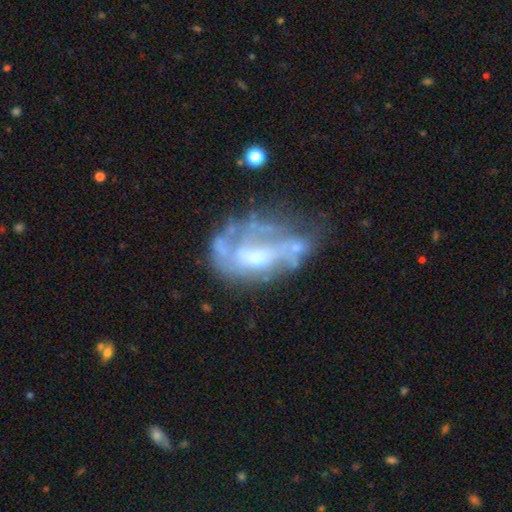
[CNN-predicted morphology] Smooth or featured?
  - featured or disk: 72% *
  - smooth: 18%
  - star or artifact: 10%
Edge-on disk?
  - no: 96% *
  - yes: 4%
Bar?
  - no: 61% *
  - weak: 29%
  - strong: 10%
Spiral arms?
  - no: 57% *
  - yes: 43%
Bulge size?
  - moderate: 43% *
  - small: 36%
  - none: 14%
  - large: 5%
  - dominant: 1%
Merging?
  - none: 35% *
  - major disturbance: 30%
  - minor disturbance: 22%
  - merger: 12%